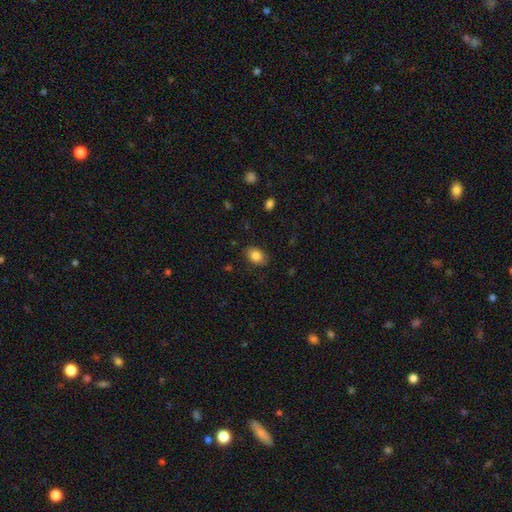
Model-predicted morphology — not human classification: A smooth galaxy with no disk features (84%) that is in between round and cigar-shaped (77%).

Vote fractions:
- Smooth or featured? smooth: 84% / star or artifact: 8% / featured or disk: 7%
- How rounded? in between: 77% / round: 22% / cigar-shaped: 1%
- Merging? none: 85% / minor disturbance: 11% / major disturbance: 3% / merger: 1%